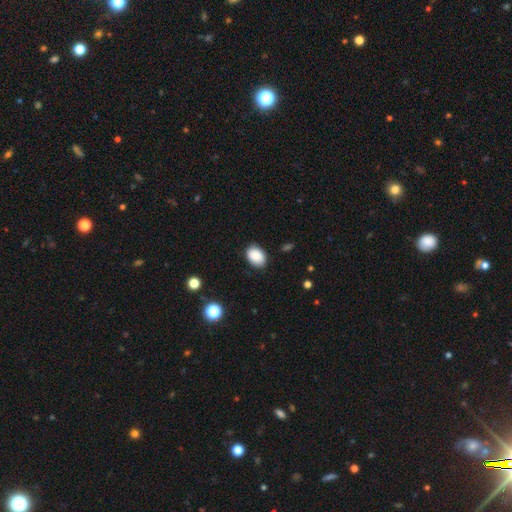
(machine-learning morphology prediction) The model was most divided on "how rounded": in between: 78%, round: 21%, cigar-shaped: 1%. More confident: smooth or featured — smooth (88%); merging — none (84%).